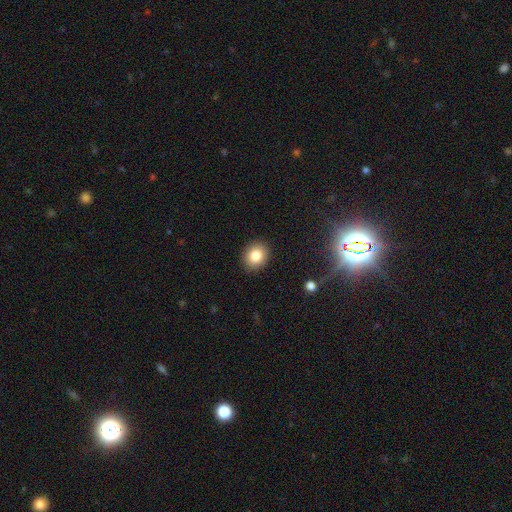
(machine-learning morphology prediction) Overall: smooth (83%). How rounded: round (66%; in between 33%). Merging: none (89%).